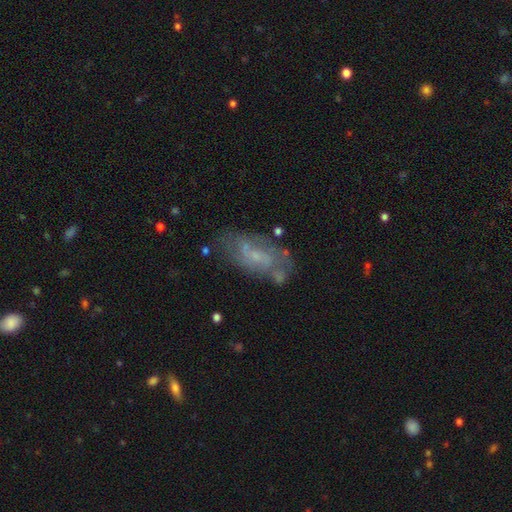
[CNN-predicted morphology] This is likely a featured or disk galaxy (61%). It is clearly not viewed edge-on (92%). Bar: possibly no (56%). Spiral arm pattern: likely yes (63%). Central bulge: likely small (60%). Merging: possibly none (57%).